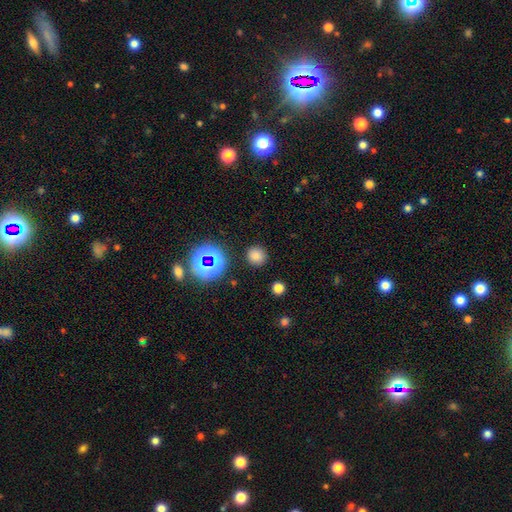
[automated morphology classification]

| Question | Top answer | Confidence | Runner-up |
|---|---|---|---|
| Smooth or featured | smooth | 75% | star or artifact (20%) |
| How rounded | round | 90% | in between (9%) |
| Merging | none | 88% | minor disturbance (7%) |